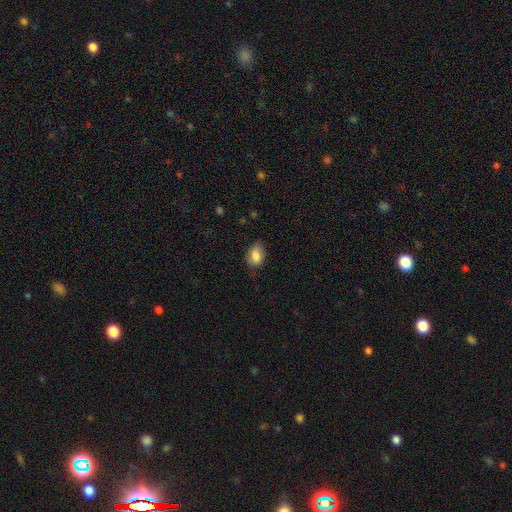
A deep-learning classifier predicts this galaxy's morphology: smooth_or_featured: smooth (p=0.83) [alt: featured or disk p=0.09]
how_rounded: in between (p=0.83) [alt: round p=0.16]
merging: none (p=0.70) [alt: minor disturbance p=0.24]